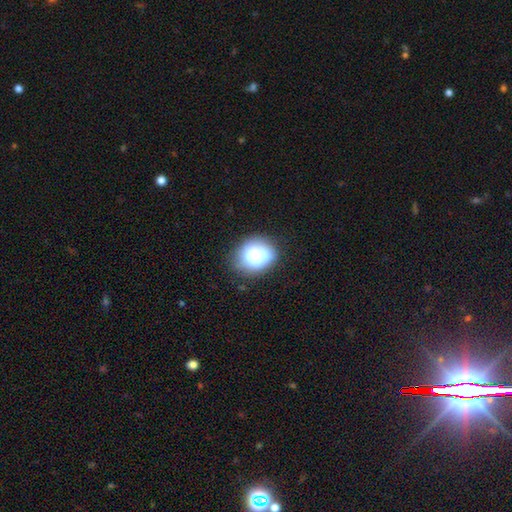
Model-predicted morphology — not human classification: A smooth galaxy with no disk features (73%) that is round (60%). Merging: none (73%).